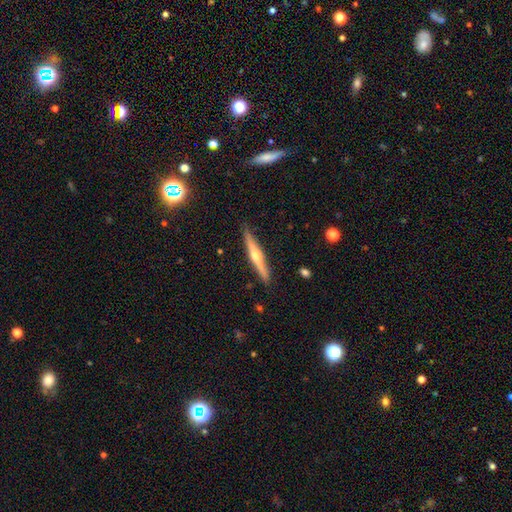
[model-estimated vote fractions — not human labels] This is likely a featured or disk galaxy (67%). It is clearly viewed edge-on (97%). Edge-on bulge: clearly rounded (90%). Merging: clearly none (89%).